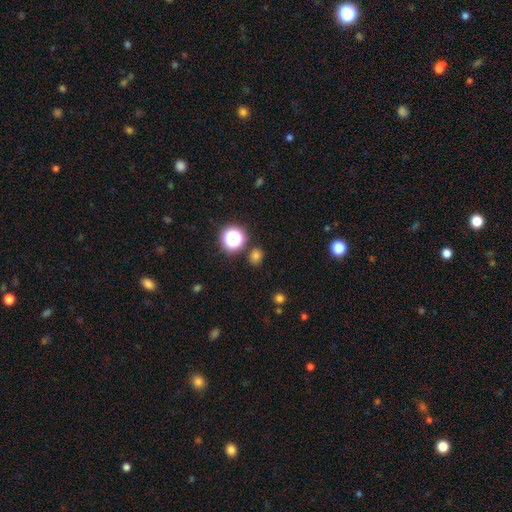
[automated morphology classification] Smooth or featured? smooth (73%)
How rounded? round (73%)
Merging? none (84%)